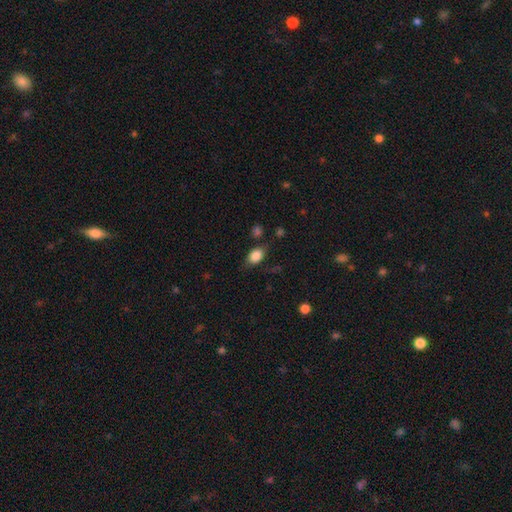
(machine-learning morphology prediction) A smooth galaxy with no disk features (84%) that is in between round and cigar-shaped (80%). Merging: none (71%).